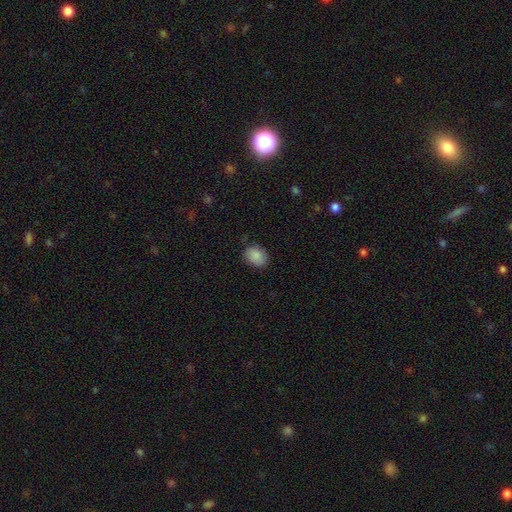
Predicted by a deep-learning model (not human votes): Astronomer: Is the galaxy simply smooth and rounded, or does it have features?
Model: smooth — 89%.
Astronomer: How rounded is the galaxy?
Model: in between — 62%.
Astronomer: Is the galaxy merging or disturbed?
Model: none — 83%.